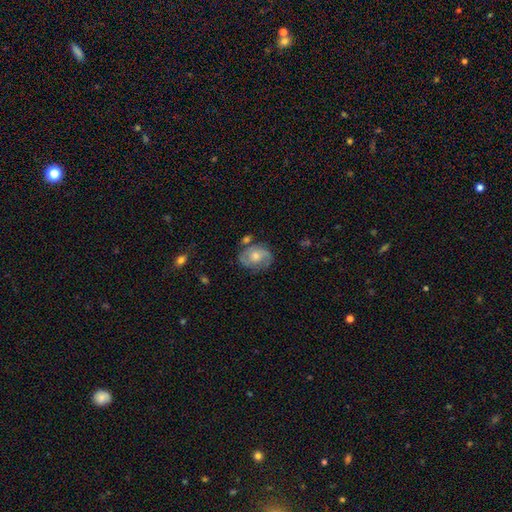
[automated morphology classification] This appears to be a featured or disk galaxy (73%) with no bar (69%), 2 (66%) medium (45%) spiral arms (90%) and a moderate central bulge (63%). Merging: none (70%).